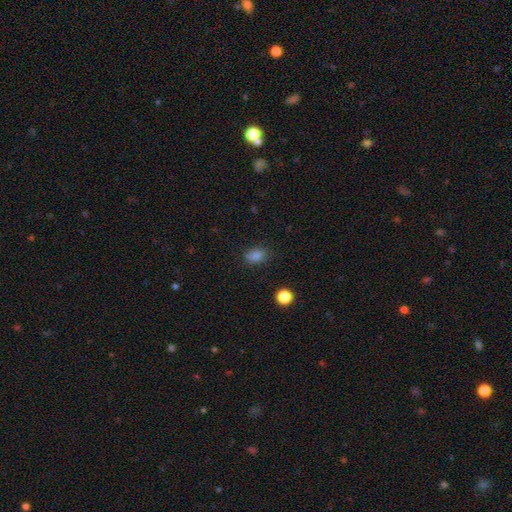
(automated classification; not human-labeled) The model was most divided on "how rounded": in between: 72%, round: 26%, cigar-shaped: 2%. More confident: smooth or featured — smooth (80%); merging — none (80%).